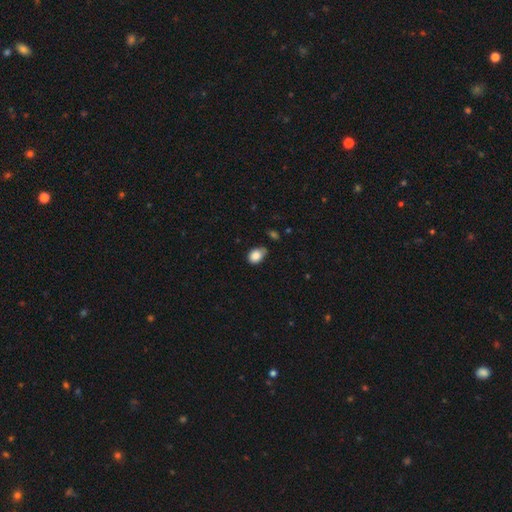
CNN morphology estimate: A smooth galaxy with no disk features (86%) that is in between round and cigar-shaped (75%). Merging: none (58%).